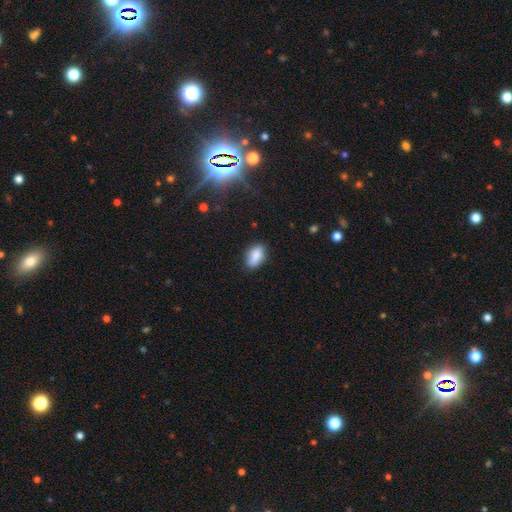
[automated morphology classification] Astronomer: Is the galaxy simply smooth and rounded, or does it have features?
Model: smooth — 83%.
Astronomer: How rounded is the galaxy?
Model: in between — 88%.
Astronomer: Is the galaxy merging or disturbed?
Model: none — 74%.